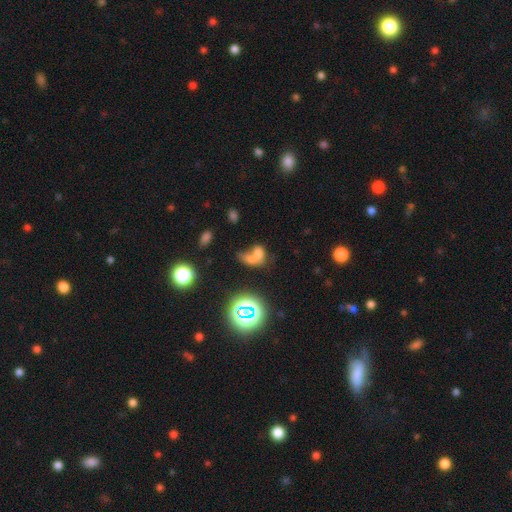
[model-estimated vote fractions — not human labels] This is possibly a smooth galaxy (57%). How rounded: likely in between (69%). Merging: likely merger (68%).